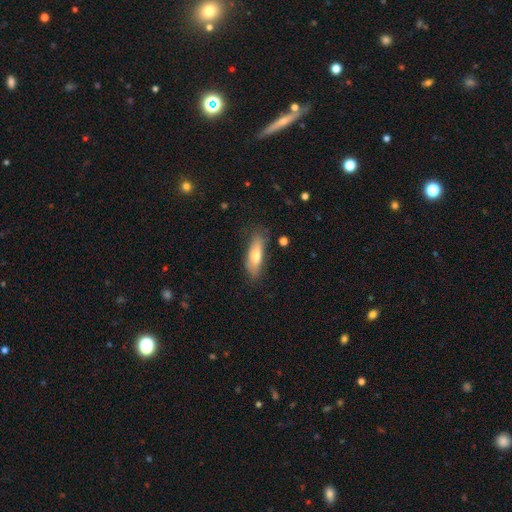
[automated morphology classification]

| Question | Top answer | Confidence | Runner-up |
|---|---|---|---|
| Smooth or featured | smooth | 70% | featured or disk (24%) |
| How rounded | in between | 51% | cigar-shaped (47%) |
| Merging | none | 73% | minor disturbance (20%) |